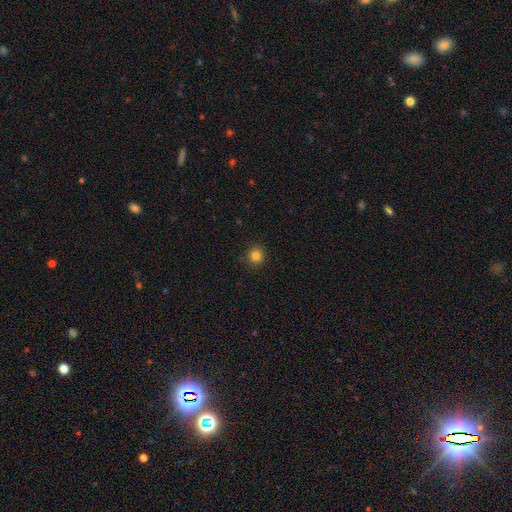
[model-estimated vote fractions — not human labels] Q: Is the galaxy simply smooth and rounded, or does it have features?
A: smooth — 84%.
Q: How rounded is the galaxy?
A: round — 93%.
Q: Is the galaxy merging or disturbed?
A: none — 90%.